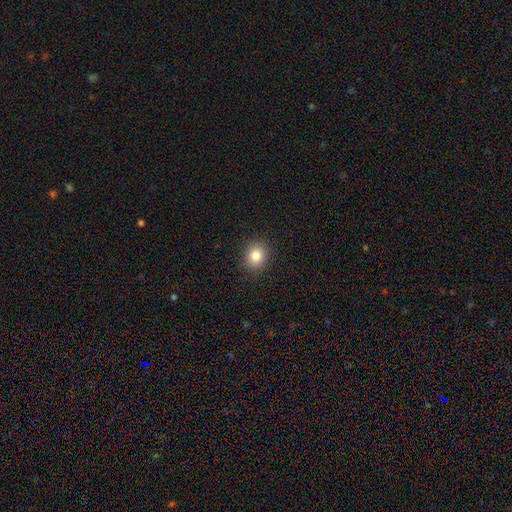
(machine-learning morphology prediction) The model was most divided on "how rounded": round: 69%, in between: 30%, cigar-shaped: 1%. More confident: merging — none (89%); smooth or featured — smooth (84%).